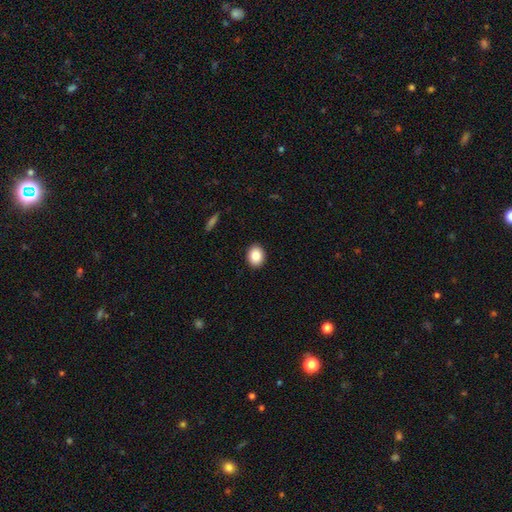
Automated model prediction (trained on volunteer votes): This is clearly a smooth galaxy (86%). How rounded: possibly in between (57%). Merging: clearly none (91%).